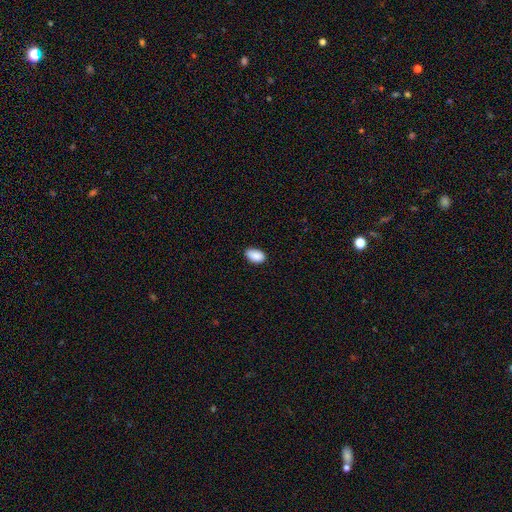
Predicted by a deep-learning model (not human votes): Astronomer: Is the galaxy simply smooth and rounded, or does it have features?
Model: smooth — 89%.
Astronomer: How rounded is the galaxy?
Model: in between — 92%.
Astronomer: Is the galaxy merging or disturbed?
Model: none — 78%.